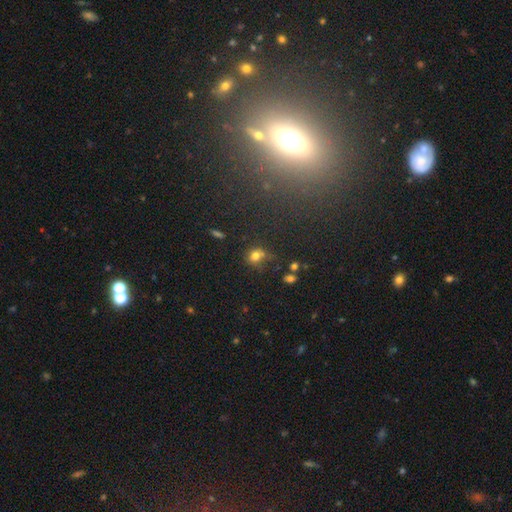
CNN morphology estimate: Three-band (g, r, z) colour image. It shows a smooth galaxy with no disk features (74%) that is round (71%). Merging: none (47%).